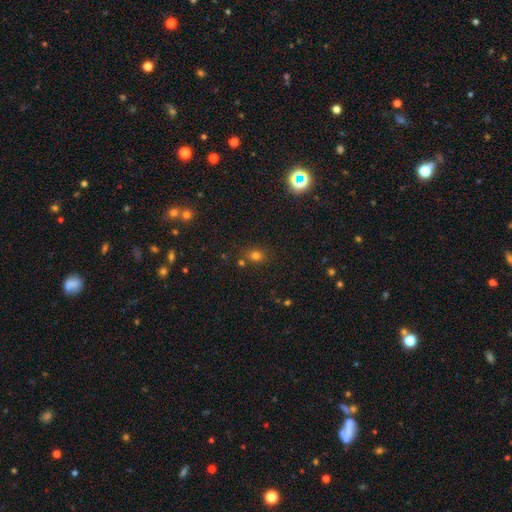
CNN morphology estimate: Smooth or featured?
  - smooth: 73% *
  - star or artifact: 20%
  - featured or disk: 6%
How rounded?
  - round: 67% *
  - in between: 32%
  - cigar-shaped: 1%
Merging?
  - none: 73% *
  - minor disturbance: 12%
  - merger: 11%
  - major disturbance: 4%